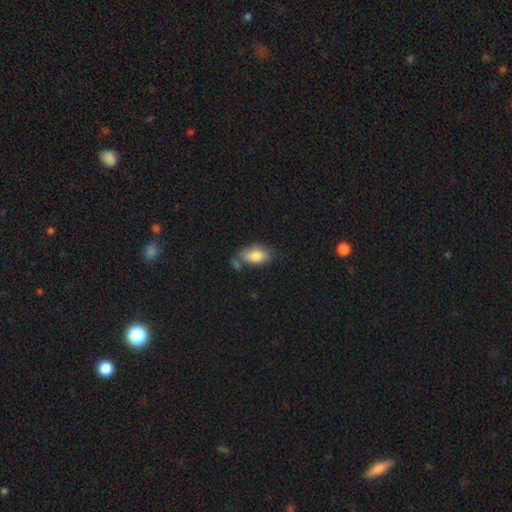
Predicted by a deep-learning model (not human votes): smooth 83%, featured or disk 10%, star or artifact 7%. Down the decision tree: how rounded — in between (92%); merging — none (53%).